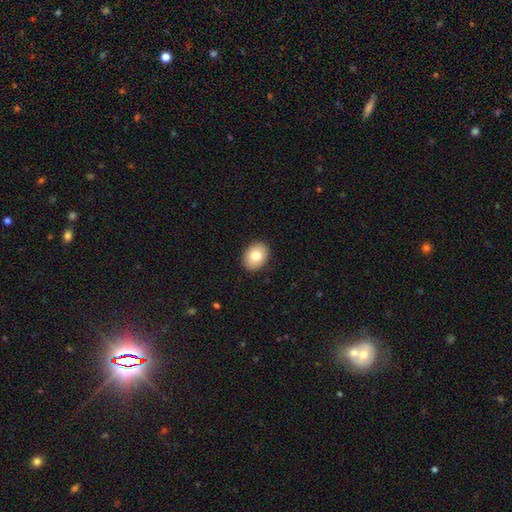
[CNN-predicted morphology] Overall: smooth (80%). How rounded: in between (65%; round 34%). Merging: none (90%).